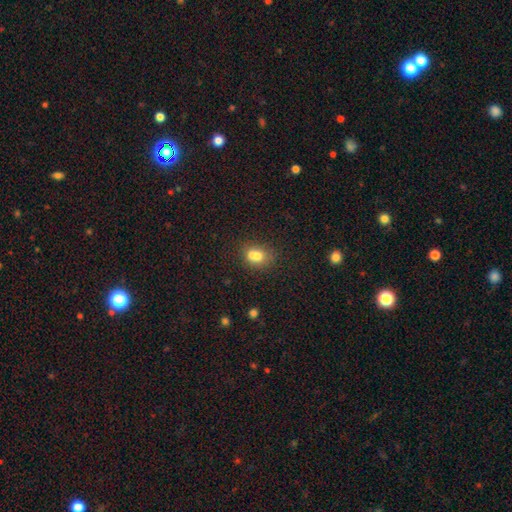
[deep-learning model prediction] Smooth or featured: smooth — 71% (featured or disk — 17%)
How rounded: round — 53% (in between — 46%)
Merging: merger — 49% (none — 35%)